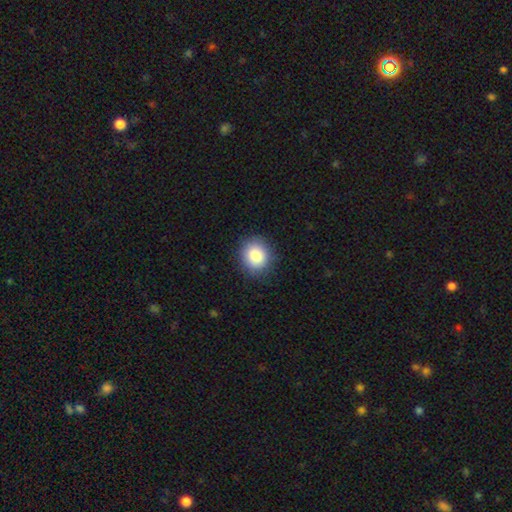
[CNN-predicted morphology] This is clearly a smooth galaxy (87%). How rounded: likely round (76%). Merging: clearly none (88%).